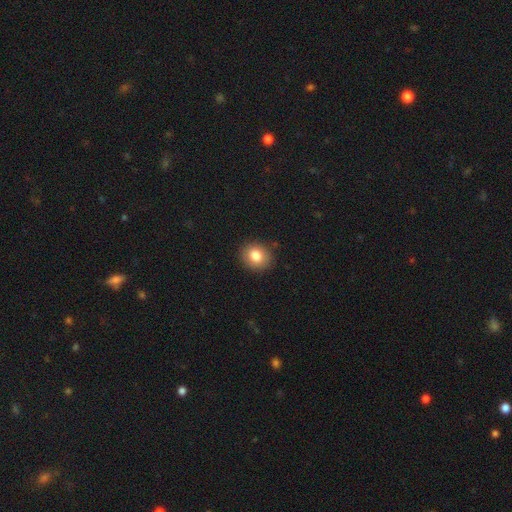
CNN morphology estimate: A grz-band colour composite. It shows a smooth galaxy with no disk features (82%) that is round (69%). Merging: none (89%).